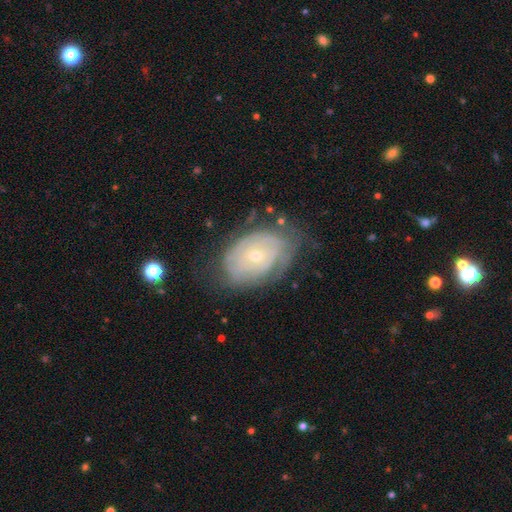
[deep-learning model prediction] Overall: featured or disk (75%). Edge-on disk: no (96%). Bar: no (75%). Spiral arms: yes (83%). Spiral arm count: can't tell (57%; 2 18%). Spiral winding: tight (76%). Bulge size: small (64%; moderate 33%). Merging: none (66%).